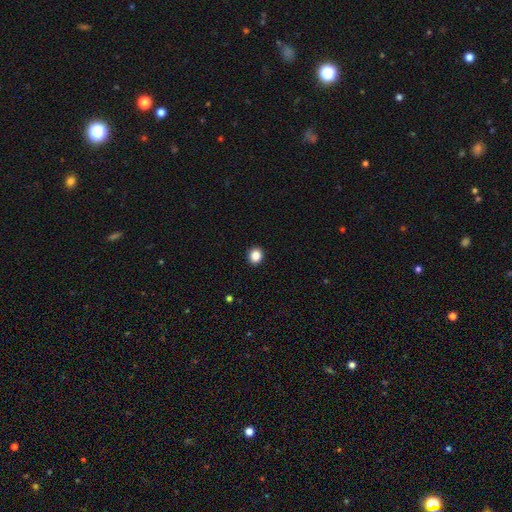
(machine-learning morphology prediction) smooth 87%, star or artifact 10%, featured or disk 3%. Down the decision tree: how rounded — round (74%); merging — none (93%).